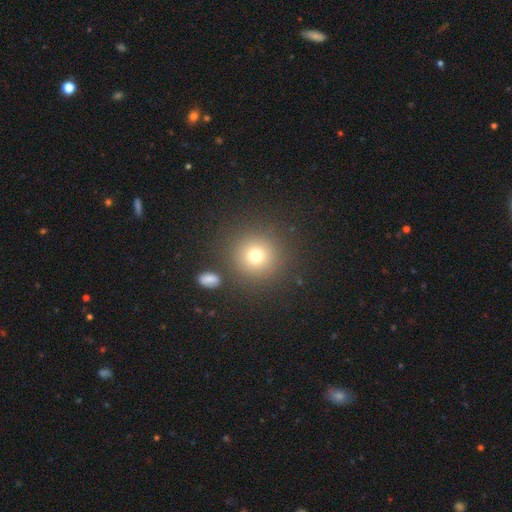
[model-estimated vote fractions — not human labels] Q: Smooth or featured?
A: smooth (74%); runner-up: star or artifact (17%)
Q: How rounded?
A: round (94%); runner-up: in between (5%)
Q: Merging?
A: none (85%); runner-up: minor disturbance (7%)